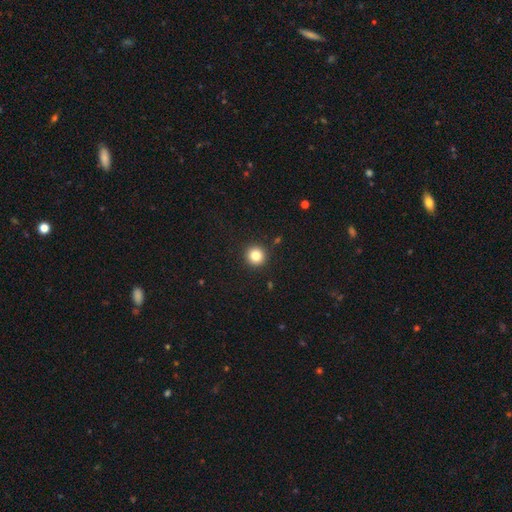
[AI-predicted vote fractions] This appears to be a smooth galaxy with no disk features (83%) that is round (95%). Merging: none (92%).